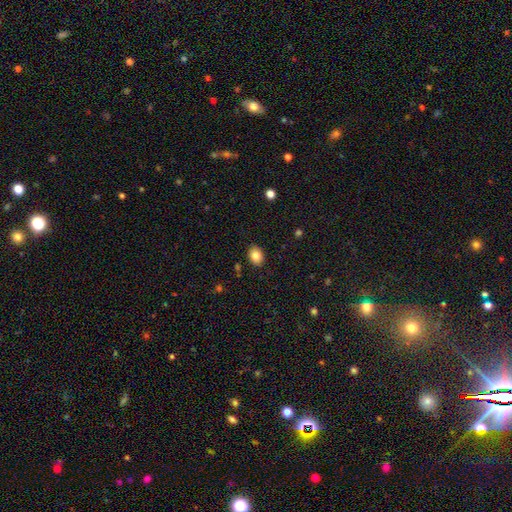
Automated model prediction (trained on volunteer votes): A smooth galaxy with no disk features (83%) that is in between round and cigar-shaped (67%).

Vote fractions:
- Smooth or featured? smooth: 83% / star or artifact: 9% / featured or disk: 8%
- How rounded? in between: 67% / round: 32% / cigar-shaped: 1%
- Merging? none: 88% / minor disturbance: 9% / major disturbance: 2% / merger: 1%